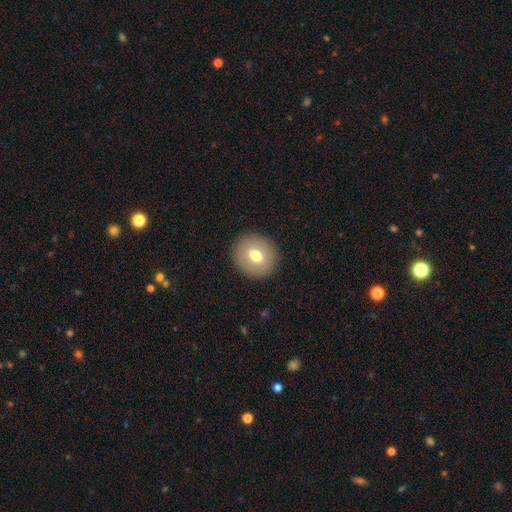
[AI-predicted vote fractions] This appears to be a smooth galaxy with no disk features (67%) that is round (80%). Merging: none (90%).